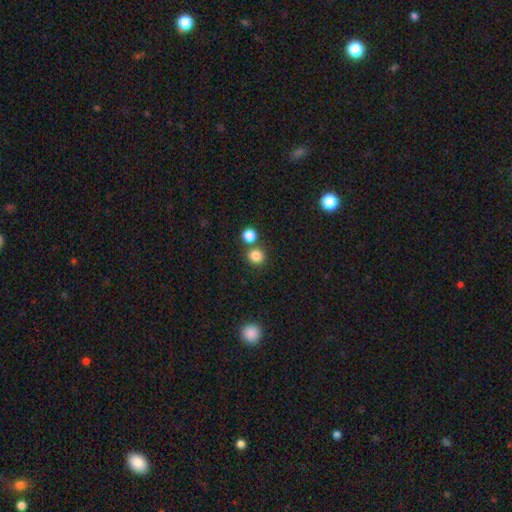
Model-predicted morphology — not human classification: Smooth or featured?
  - smooth: 83% *
  - star or artifact: 12%
  - featured or disk: 5%
How rounded?
  - round: 88% *
  - in between: 11%
  - cigar-shaped: 1%
Merging?
  - none: 70% *
  - merger: 20%
  - minor disturbance: 7%
  - major disturbance: 3%